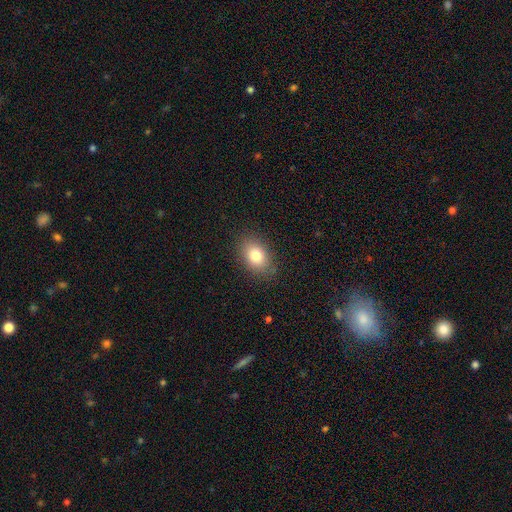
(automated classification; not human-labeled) Smooth or featured? smooth (81%)
How rounded? in between (78%)
Merging? none (85%)